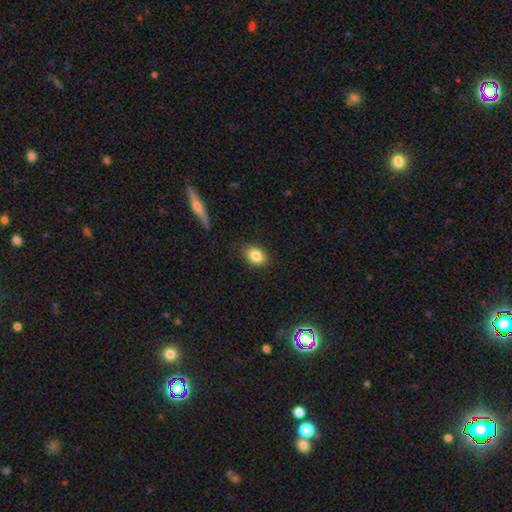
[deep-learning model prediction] smooth-or-featured: smooth: 84% | star or artifact: 9% | featured or disk: 8%
  how-rounded: in between: 74% | round: 25% | cigar-shaped: 2%
  merging: none: 86% | minor disturbance: 10% | major disturbance: 2% | merger: 1%